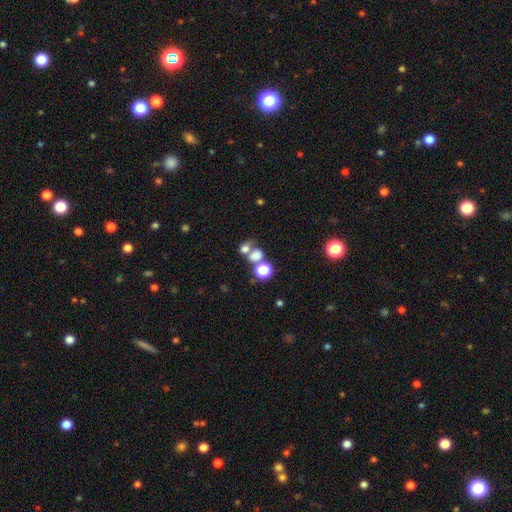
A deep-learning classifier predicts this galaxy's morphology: This is likely a smooth galaxy (66%). How rounded: possibly round (57%). Merging: possibly merger (49%).